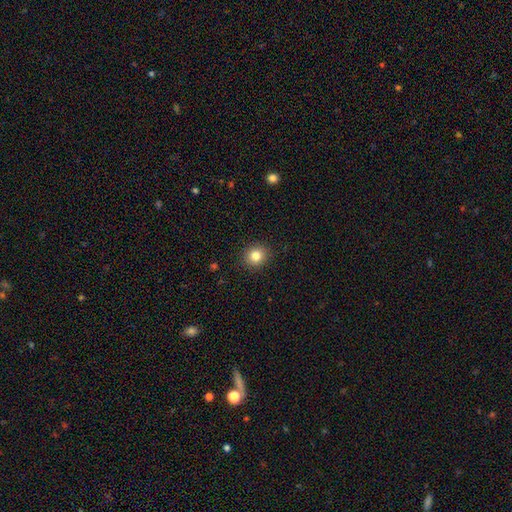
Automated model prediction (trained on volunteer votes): This appears to be a smooth galaxy with no disk features (83%) that is round (83%). Merging: none (91%).